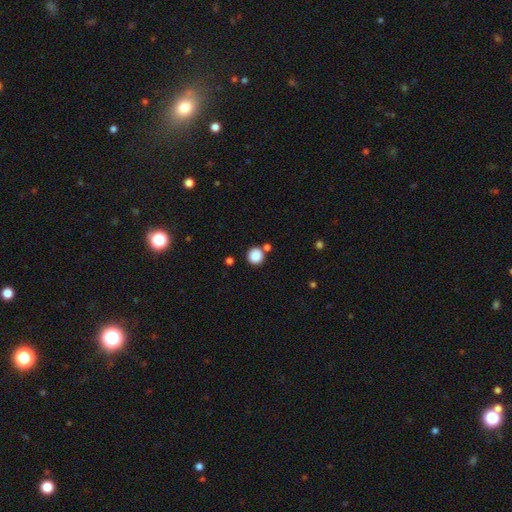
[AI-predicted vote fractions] smooth_or_featured: smooth (p=0.87) [alt: star or artifact p=0.10]
how_rounded: round (p=0.93) [alt: in between p=0.06]
merging: none (p=0.76) [alt: merger p=0.13]